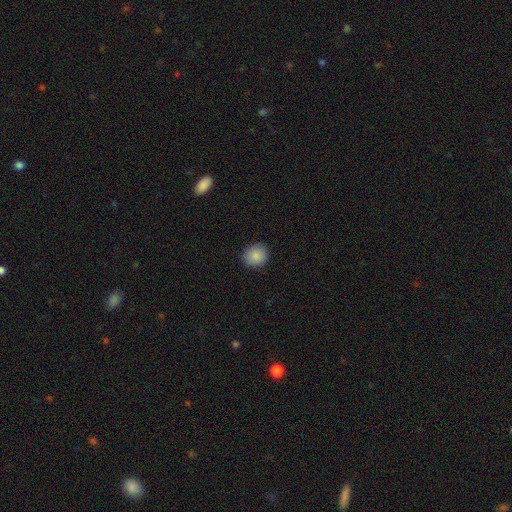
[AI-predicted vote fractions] A smooth galaxy with no disk features (88%) that is round (75%).

Vote fractions:
- Smooth or featured? smooth: 88% / star or artifact: 8% / featured or disk: 4%
- How rounded? round: 75% / in between: 24% / cigar-shaped: 1%
- Merging? none: 88% / minor disturbance: 9% / major disturbance: 2% / merger: 1%